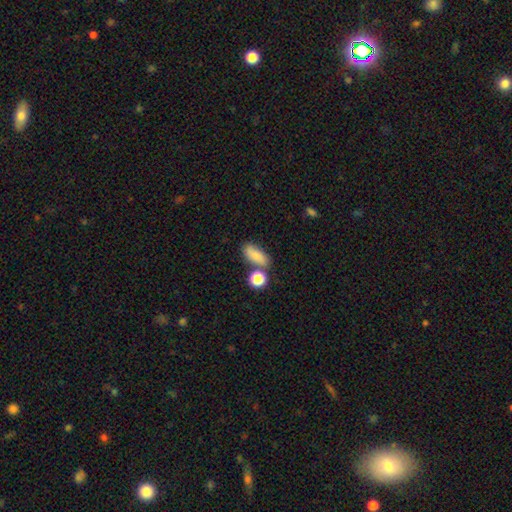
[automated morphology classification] Overall: smooth (79%). How rounded: in between (78%). Merging: none (63%).